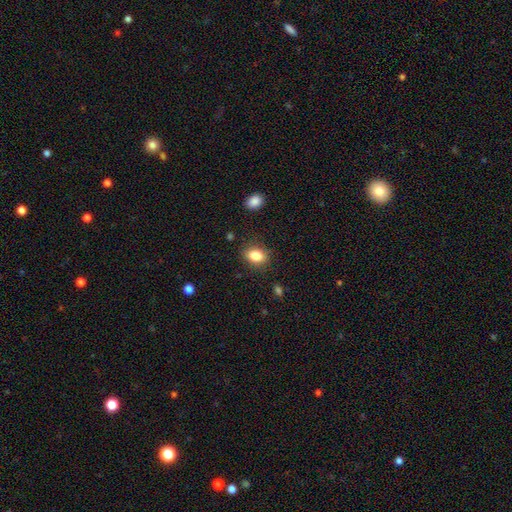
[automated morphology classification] Smooth or featured? Predicted: smooth (p=0.84). How rounded? Predicted: in between (p=0.73). Merging? Predicted: none (p=0.84).